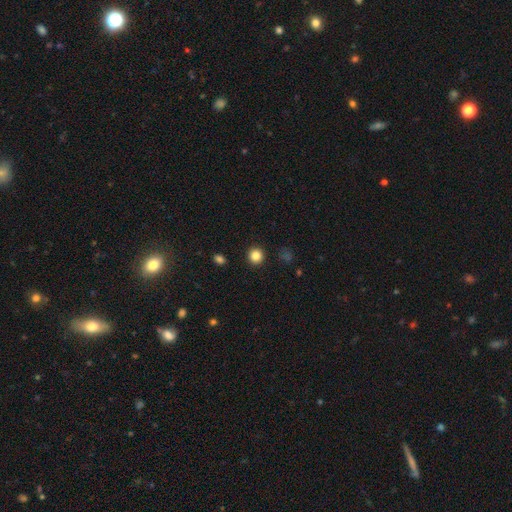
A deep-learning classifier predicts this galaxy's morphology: smooth_or_featured: smooth (p=0.85) [alt: star or artifact p=0.11]
how_rounded: round (p=0.93) [alt: in between p=0.06]
merging: none (p=0.93) [alt: minor disturbance p=0.04]